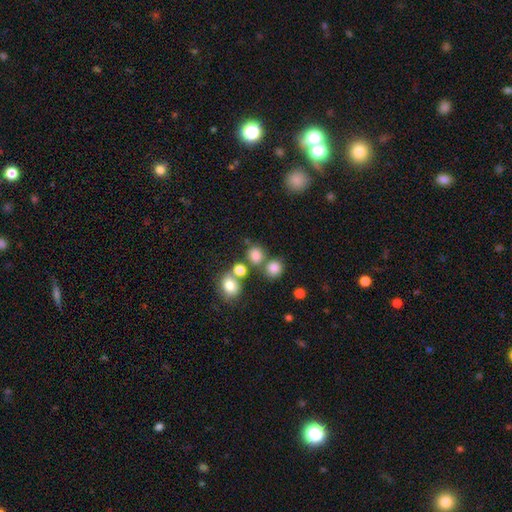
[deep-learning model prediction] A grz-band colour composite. It shows a smooth galaxy with no disk features (78%) that is round (76%). Merging: none (62%).